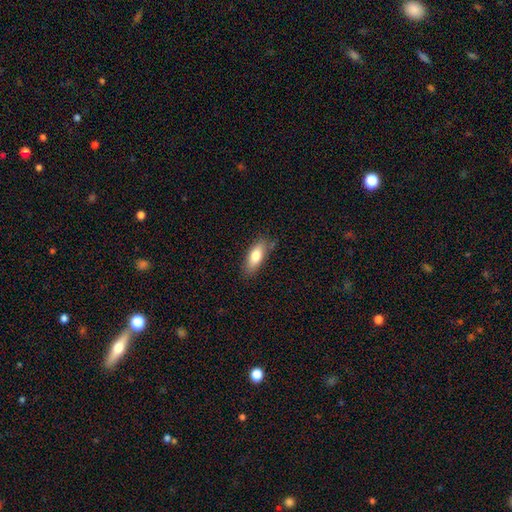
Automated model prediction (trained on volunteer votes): Morphology: type=smooth (76%); roundness=in between (75%); merging=none (76%).